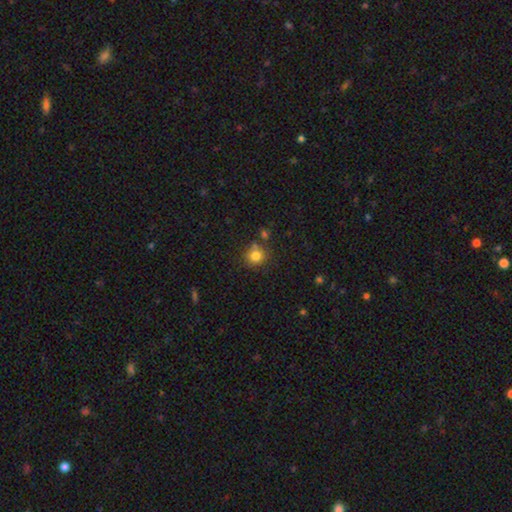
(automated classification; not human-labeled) smooth 81%, star or artifact 12%, featured or disk 7%. Down the decision tree: how rounded — round (87%); merging — none (72%).